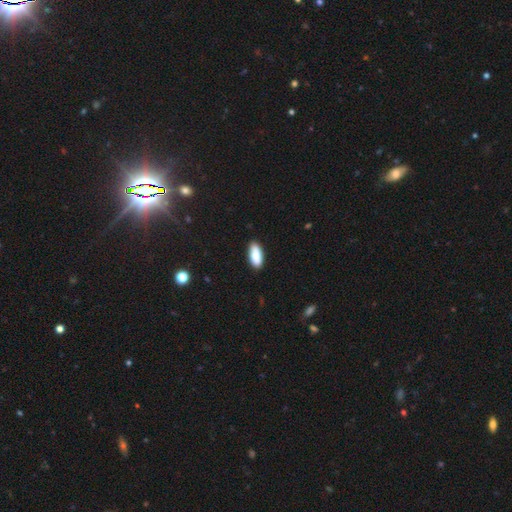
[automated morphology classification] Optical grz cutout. It shows a smooth galaxy with no disk features (83%) that is in between round and cigar-shaped (82%). Merging: none (85%).